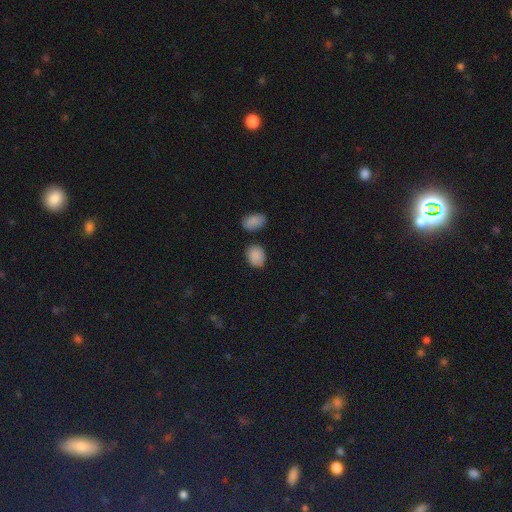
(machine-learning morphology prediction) A smooth galaxy with no disk features (88%) that is in between round and cigar-shaped (68%).

Vote fractions:
- Smooth or featured? smooth: 88% / star or artifact: 8% / featured or disk: 4%
- How rounded? in between: 68% / round: 31% / cigar-shaped: 1%
- Merging? none: 76% / minor disturbance: 14% / merger: 7% / major disturbance: 3%